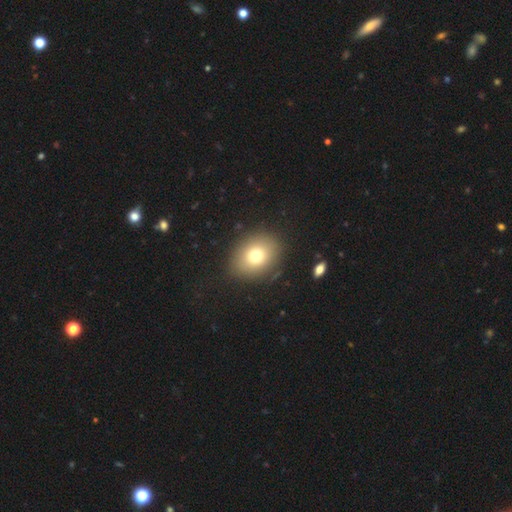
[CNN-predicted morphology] A smooth galaxy with no disk features (75%) that is in between round and cigar-shaped (50%).

Vote fractions:
- Smooth or featured? smooth: 75% / featured or disk: 13% / star or artifact: 12%
- How rounded? in between: 50% / round: 49% / cigar-shaped: 1%
- Merging? none: 87% / minor disturbance: 8% / major disturbance: 3% / merger: 1%